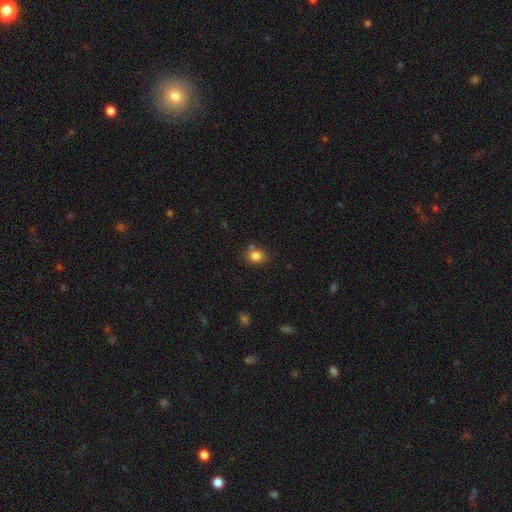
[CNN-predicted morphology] This appears to be a smooth galaxy with no disk features (83%) that is round (54%). Merging: none (72%).